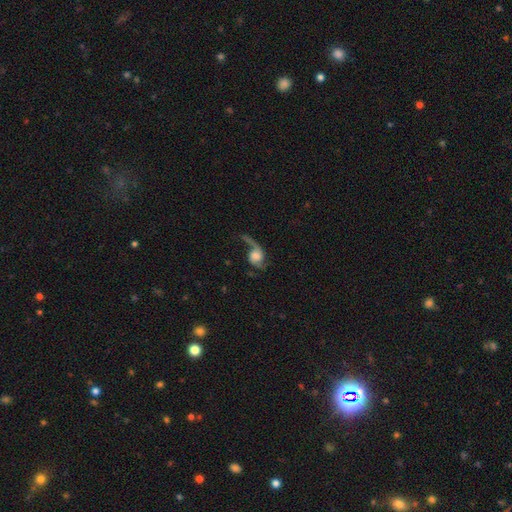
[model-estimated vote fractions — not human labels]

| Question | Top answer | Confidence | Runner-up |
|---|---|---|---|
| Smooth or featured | featured or disk | 80% | smooth (13%) |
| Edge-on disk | no | 97% | yes (3%) |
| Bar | no | 64% | weak (29%) |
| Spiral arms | yes | 94% | no (6%) |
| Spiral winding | loose | 77% | medium (18%) |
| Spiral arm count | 2 | 75% | 1 (19%) |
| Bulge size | moderate | 29% | tied: large (29%) |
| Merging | none | 49% | major disturbance (28%) |